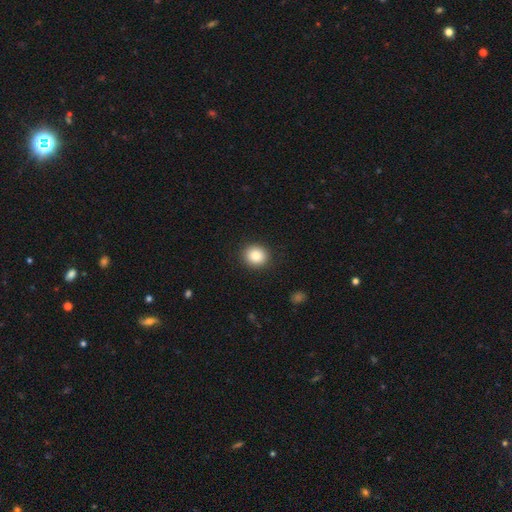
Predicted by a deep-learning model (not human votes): Morphology: type=smooth (84%); roundness=round (82%); merging=none (91%).